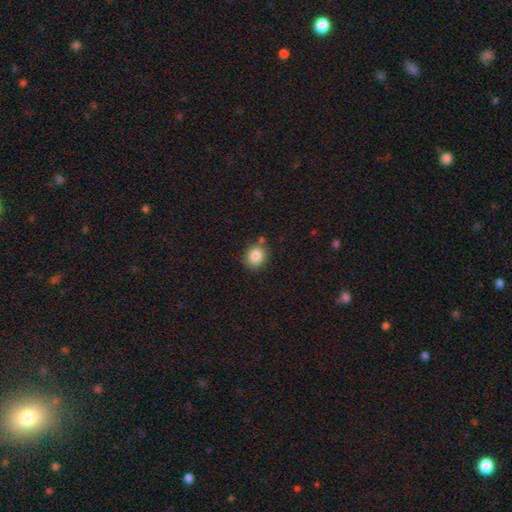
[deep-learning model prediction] Smooth or featured: smooth — 85% (star or artifact — 9%)
How rounded: round — 78% (in between — 21%)
Merging: none — 79% (minor disturbance — 11%)